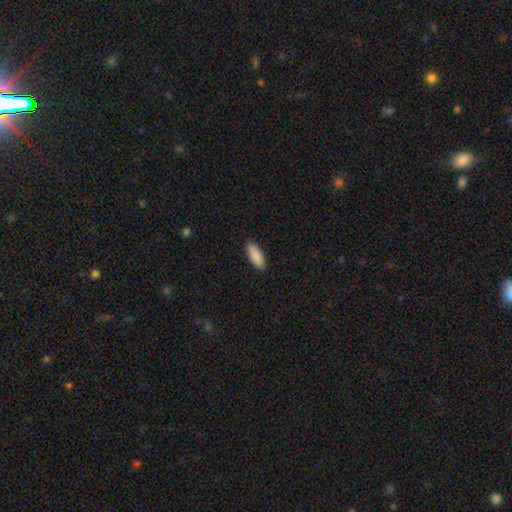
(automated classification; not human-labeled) Smooth or featured? Predicted: smooth (p=0.91). How rounded? Predicted: in between (p=0.74). Merging? Predicted: none (p=0.90).